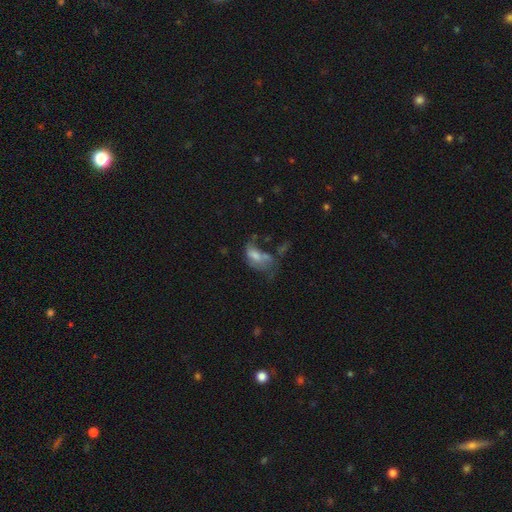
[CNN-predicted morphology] This is possibly a smooth galaxy (47%). Merging: marginally major disturbance (39%).